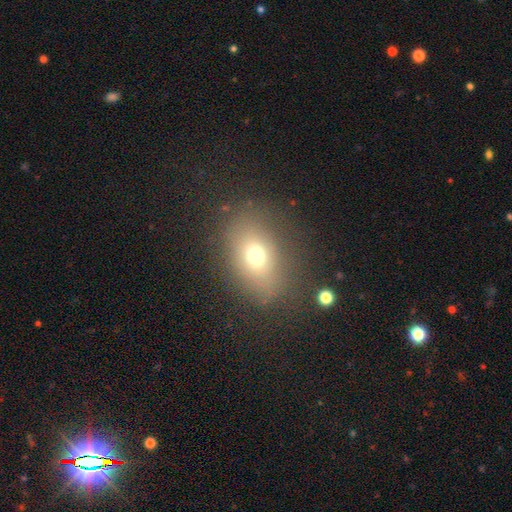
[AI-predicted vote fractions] smooth-or-featured: smooth: 68% | featured or disk: 17% | star or artifact: 16%
  how-rounded: in between: 72% | round: 26% | cigar-shaped: 2%
  merging: none: 75% | minor disturbance: 15% | major disturbance: 8% | merger: 2%